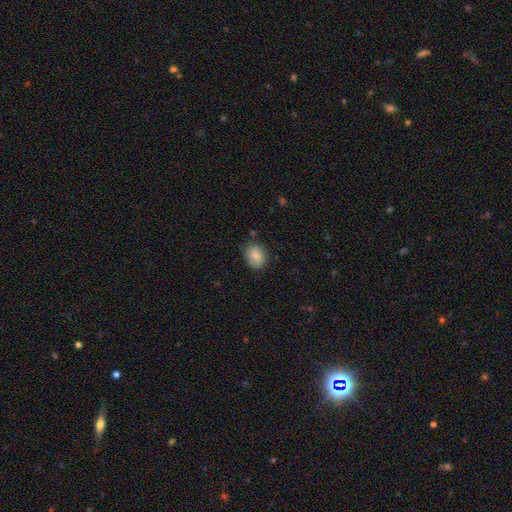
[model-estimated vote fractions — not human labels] A smooth galaxy with no disk features (86%) that is in between round and cigar-shaped (59%).

Vote fractions:
- Smooth or featured? smooth: 86% / star or artifact: 7% / featured or disk: 6%
- How rounded? in between: 59% / round: 40% / cigar-shaped: 1%
- Merging? none: 76% / minor disturbance: 19% / major disturbance: 4% / merger: 2%